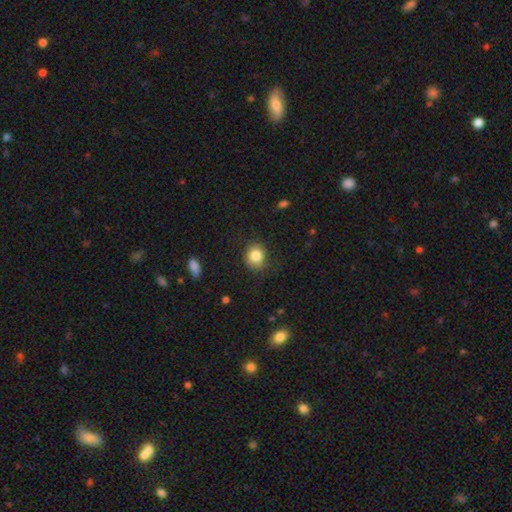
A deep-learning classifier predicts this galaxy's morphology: A smooth galaxy with no disk features (84%) that is round (70%). Merging: none (83%).